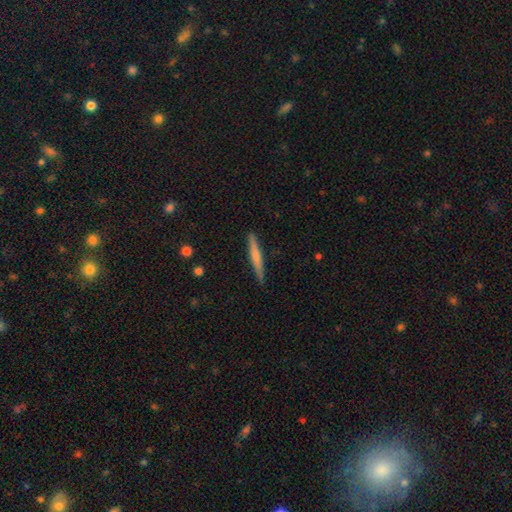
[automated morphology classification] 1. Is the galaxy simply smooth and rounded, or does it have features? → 55% smooth, 39% featured or disk, 6% star or artifact.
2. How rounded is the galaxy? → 95% cigar-shaped, 3% in between, 1% round.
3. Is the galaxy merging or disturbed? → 88% none, 9% minor disturbance, 2% major disturbance, 1% merger.